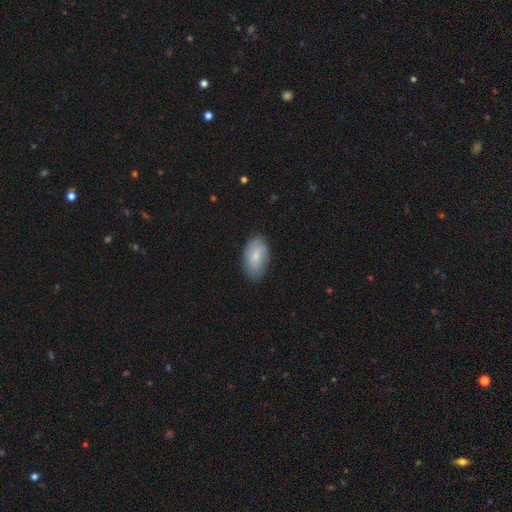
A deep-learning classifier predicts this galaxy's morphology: The model was most divided on "smooth or featured": smooth: 75%, featured or disk: 19%, star or artifact: 6%. More confident: how rounded — in between (94%); merging — none (80%).